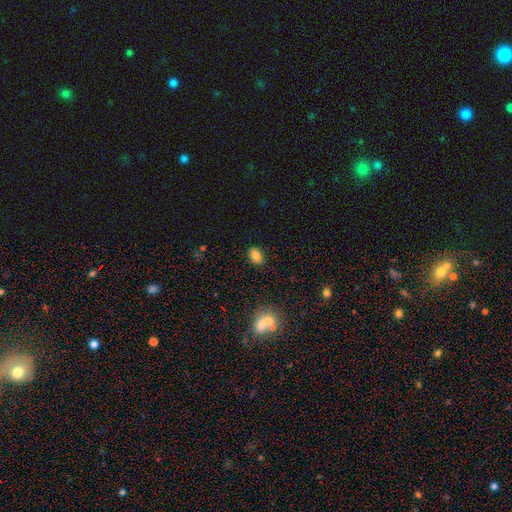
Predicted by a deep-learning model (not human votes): A smooth galaxy with no disk features (82%) that is in between round and cigar-shaped (79%). Merging: none (86%).